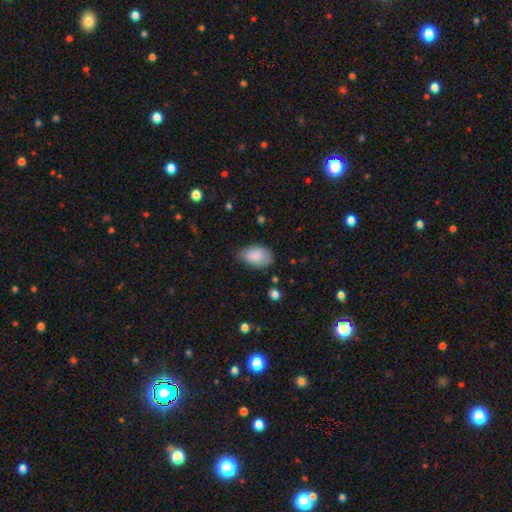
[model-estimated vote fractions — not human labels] This appears to be a smooth galaxy with no disk features (85%) that is in between round and cigar-shaped (90%). Merging: none (63%).